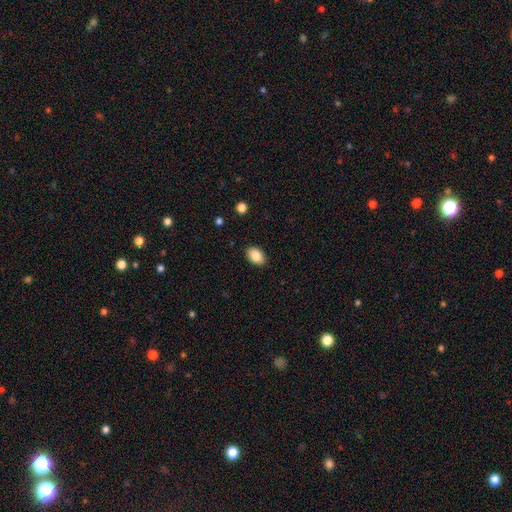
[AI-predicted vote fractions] smooth-or-featured: smooth: 88% | star or artifact: 7% | featured or disk: 4%
  how-rounded: in between: 88% | round: 11% | cigar-shaped: 1%
  merging: none: 88% | minor disturbance: 9% | major disturbance: 2% | merger: 1%